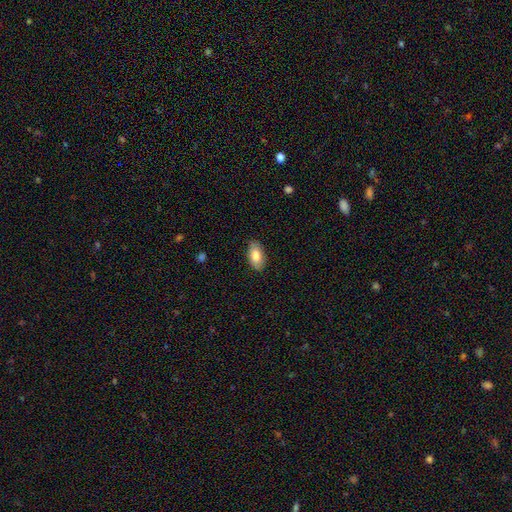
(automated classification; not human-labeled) Overall: smooth (82%). How rounded: in between (94%). Merging: none (88%).